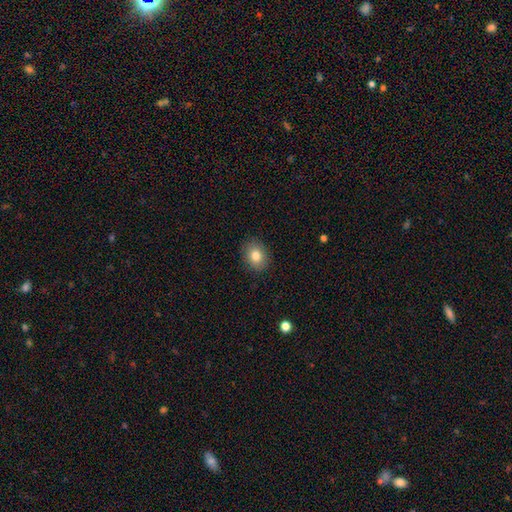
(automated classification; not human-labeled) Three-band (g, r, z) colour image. It shows a smooth galaxy with no disk features (82%) that is in between round and cigar-shaped (50%). Merging: none (89%).